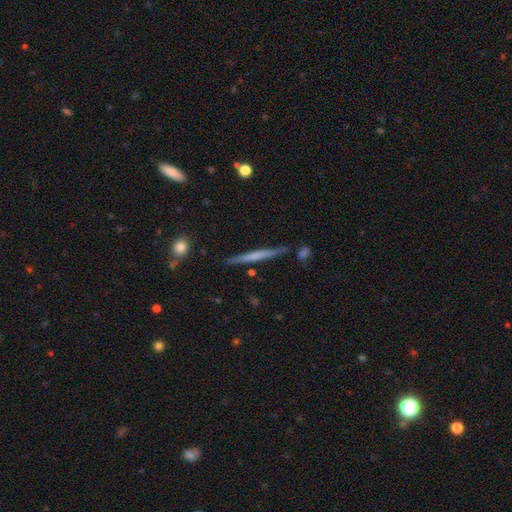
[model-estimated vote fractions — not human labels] Overall: featured or disk (49%; smooth 45%). Merging: none (85%).